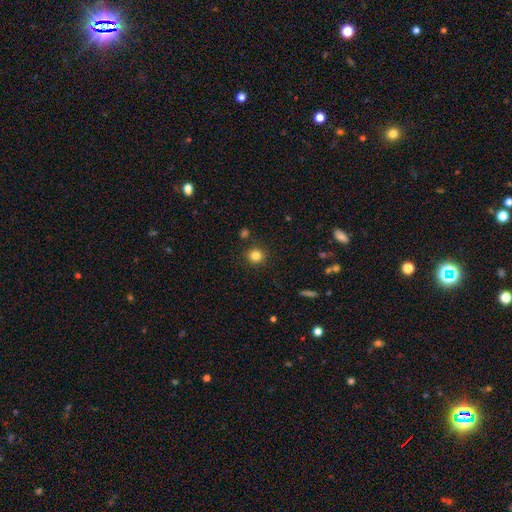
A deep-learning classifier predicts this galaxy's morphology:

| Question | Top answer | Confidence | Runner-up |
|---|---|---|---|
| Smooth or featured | smooth | 82% | star or artifact (12%) |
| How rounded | round | 92% | in between (8%) |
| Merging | none | 89% | minor disturbance (6%) |